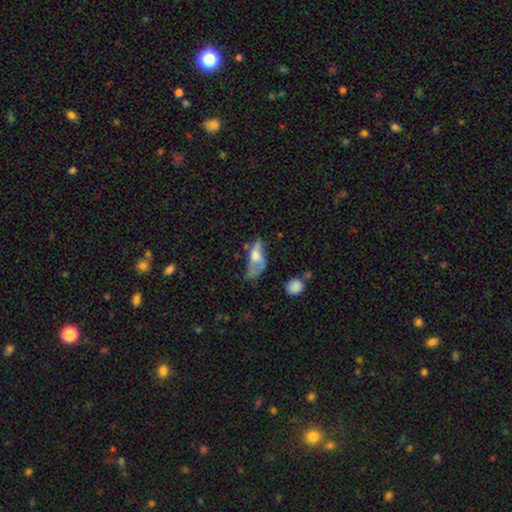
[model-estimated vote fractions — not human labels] smooth-or-featured: smooth: 50% | featured or disk: 42% | star or artifact: 9%
  merging: major disturbance: 39% | minor disturbance: 27% | none: 25% | merger: 9%